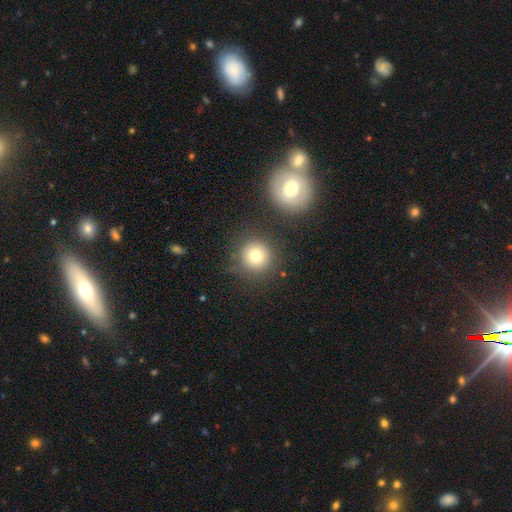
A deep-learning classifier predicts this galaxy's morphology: Smooth or featured: smooth — 76% (star or artifact — 12%)
How rounded: round — 94% (in between — 5%)
Merging: none — 80% (minor disturbance — 10%)